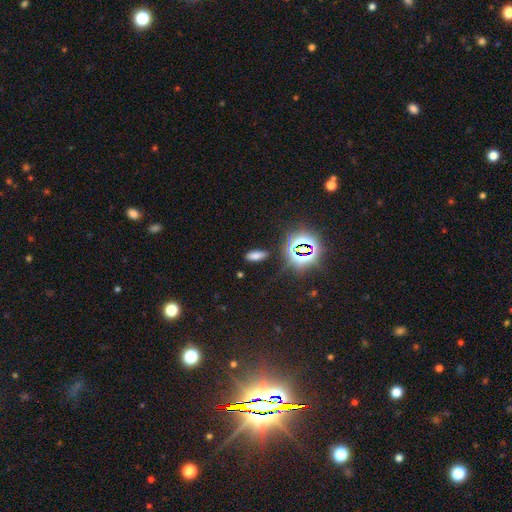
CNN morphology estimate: Smooth or featured: smooth — 63% (star or artifact — 29%)
How rounded: in between — 72% (cigar-shaped — 23%)
Merging: none — 86% (minor disturbance — 9%)